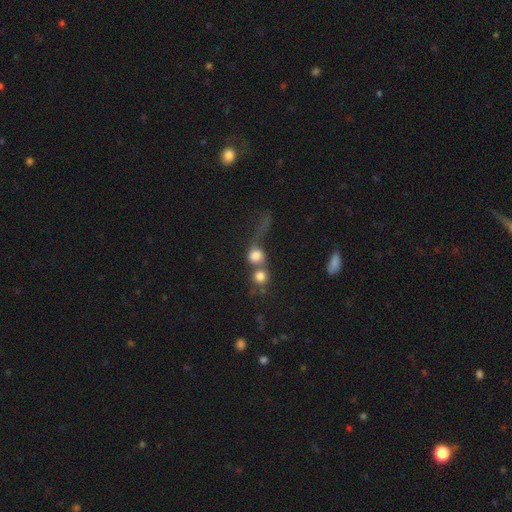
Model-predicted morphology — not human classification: A smooth galaxy with no disk features (70%) that is round (78%). Merging: merger (65%).